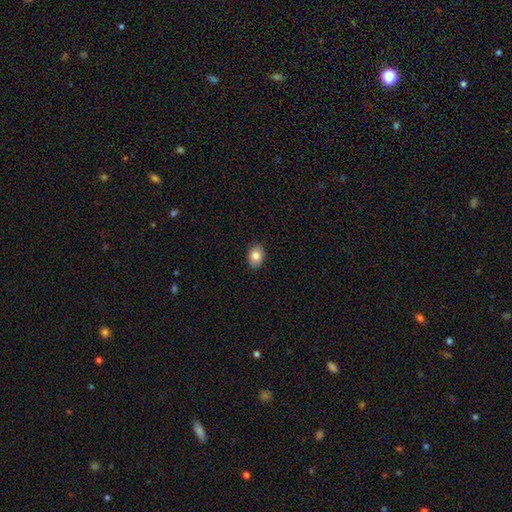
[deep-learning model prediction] Smooth or featured? smooth (82%)
How rounded? in between (78%)
Merging? none (89%)